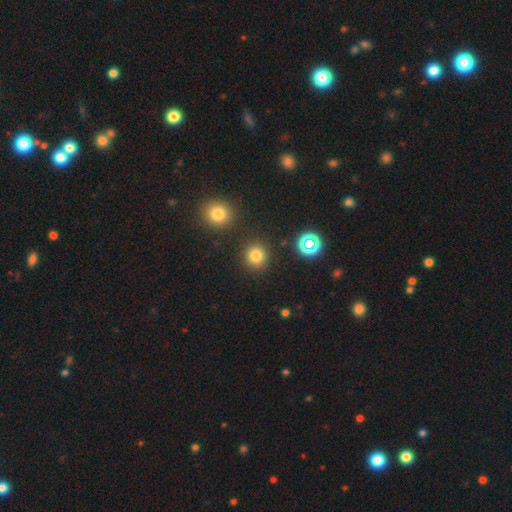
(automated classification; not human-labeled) A smooth galaxy with no disk features (79%) that is round (91%).

Vote fractions:
- Smooth or featured? smooth: 79% / star or artifact: 16% / featured or disk: 5%
- How rounded? round: 91% / in between: 8% / cigar-shaped: 1%
- Merging? none: 88% / minor disturbance: 6% / merger: 3% / major disturbance: 3%